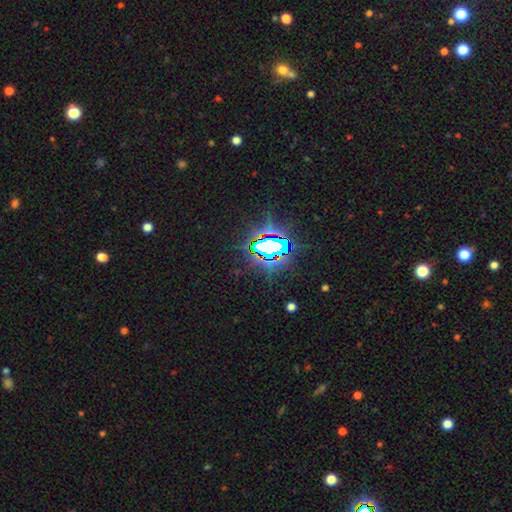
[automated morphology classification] The model was most divided on "smooth or featured": star or artifact: 81%, smooth: 10%, featured or disk: 9%.